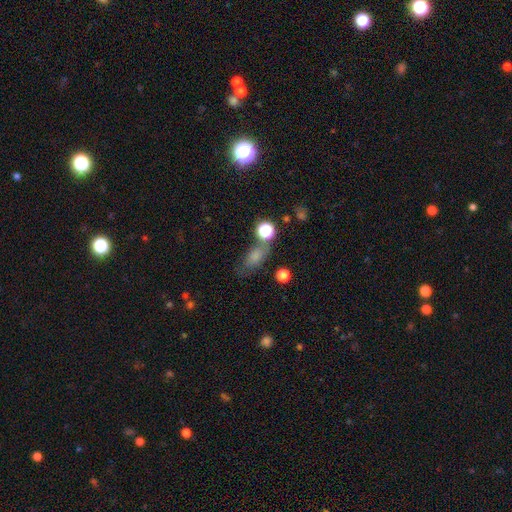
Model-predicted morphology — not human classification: This is likely a smooth galaxy (70%). How rounded: likely in between (72%). Merging: possibly none (56%).